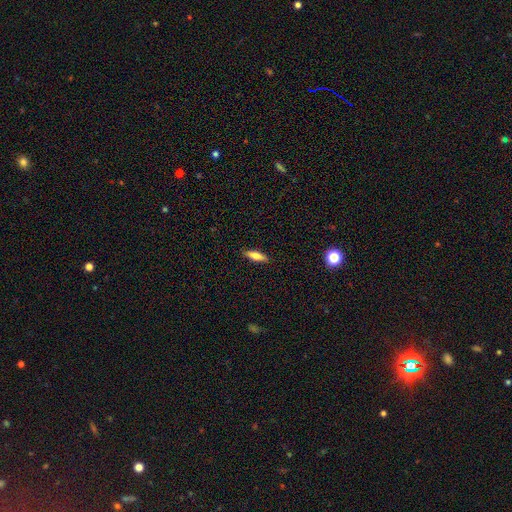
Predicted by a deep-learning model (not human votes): This is likely a smooth galaxy (71%). How rounded: possibly cigar-shaped (56%). Merging: clearly none (89%).